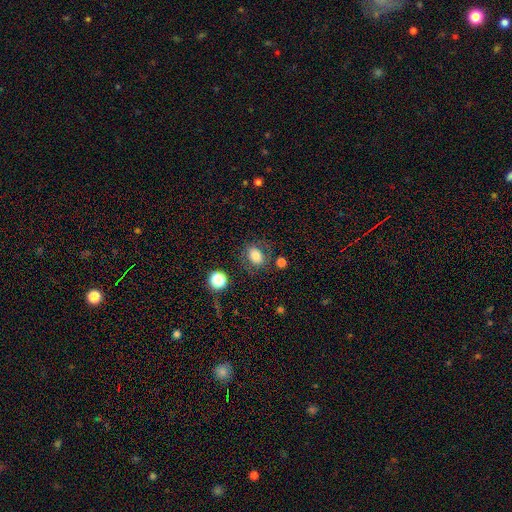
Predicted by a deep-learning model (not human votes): smooth_or_featured: smooth (p=0.75) [alt: featured or disk p=0.14]
how_rounded: in between (p=0.65) [alt: round p=0.34]
merging: none (p=0.69) [alt: minor disturbance p=0.17]